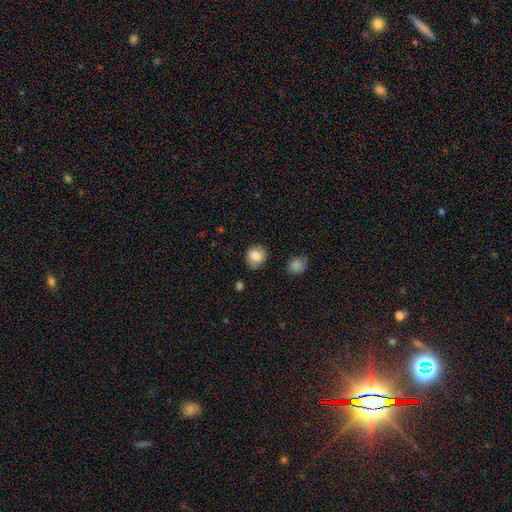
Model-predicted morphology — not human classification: The model was most divided on "how rounded": round: 74%, in between: 25%, cigar-shaped: 1%. More confident: merging — none (84%); smooth or featured — smooth (82%).